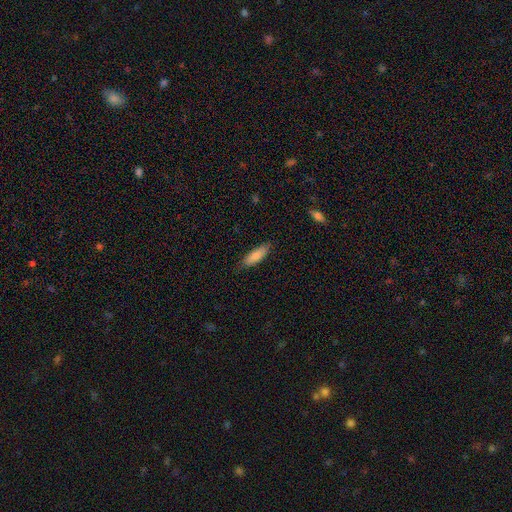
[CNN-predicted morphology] Overall: smooth (82%). How rounded: in between (50%; cigar-shaped 49%). Merging: none (83%).